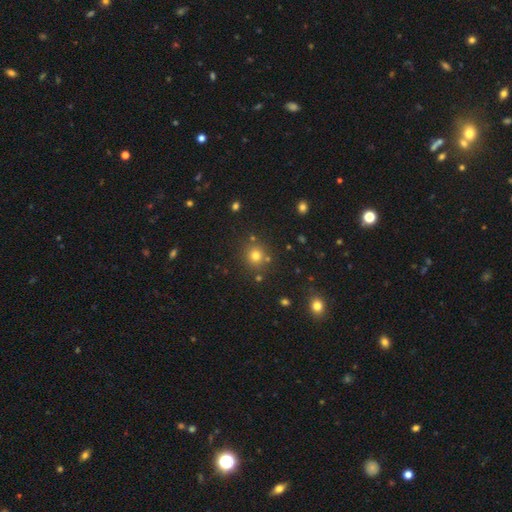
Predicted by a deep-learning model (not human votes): Q: Smooth or featured?
A: smooth (75%); runner-up: star or artifact (18%)
Q: How rounded?
A: round (91%); runner-up: in between (8%)
Q: Merging?
A: none (81%); runner-up: minor disturbance (8%)